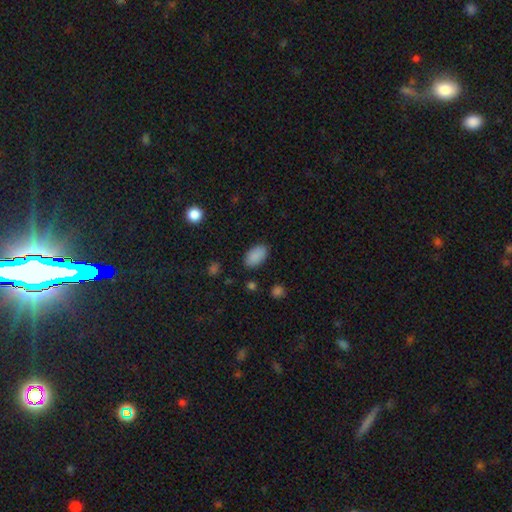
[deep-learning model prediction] Smooth or featured? Predicted: smooth (p=0.88). How rounded? Predicted: in between (p=0.93). Merging? Predicted: none (p=0.86).